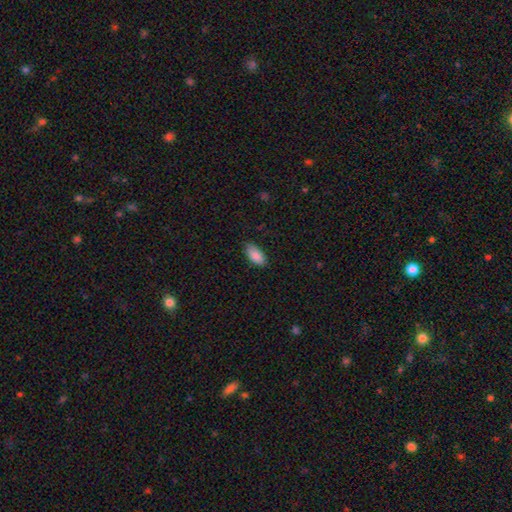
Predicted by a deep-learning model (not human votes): Smooth or featured?
  - smooth: 88% *
  - star or artifact: 7%
  - featured or disk: 5%
How rounded?
  - in between: 92% *
  - cigar-shaped: 6%
  - round: 2%
Merging?
  - none: 83% *
  - minor disturbance: 13%
  - major disturbance: 3%
  - merger: 1%